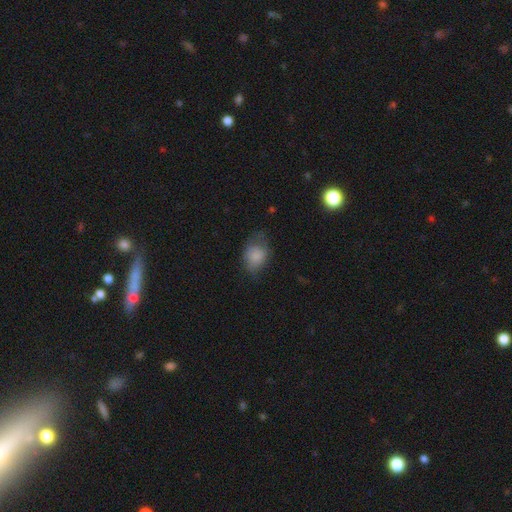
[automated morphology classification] The model was most divided on "merging": none: 46%, minor disturbance: 35%, major disturbance: 18%, merger: 1%. More confident: smooth or featured — smooth (78%); how rounded — in between (62%).